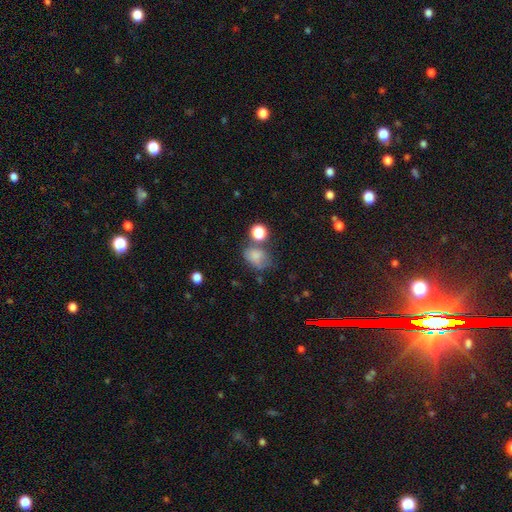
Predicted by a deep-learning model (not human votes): Smooth or featured? smooth (75%)
How rounded? in between (65%)
Merging? none (41%)